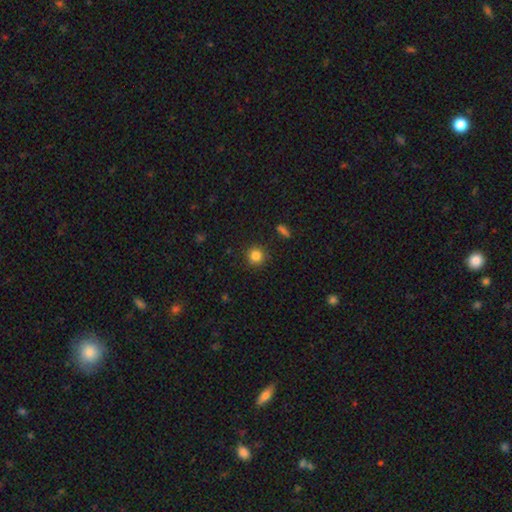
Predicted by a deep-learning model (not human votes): Smooth or featured?
  - smooth: 83% *
  - star or artifact: 12%
  - featured or disk: 5%
How rounded?
  - round: 93% *
  - in between: 6%
  - cigar-shaped: 1%
Merging?
  - none: 90% *
  - minor disturbance: 7%
  - major disturbance: 2%
  - merger: 1%